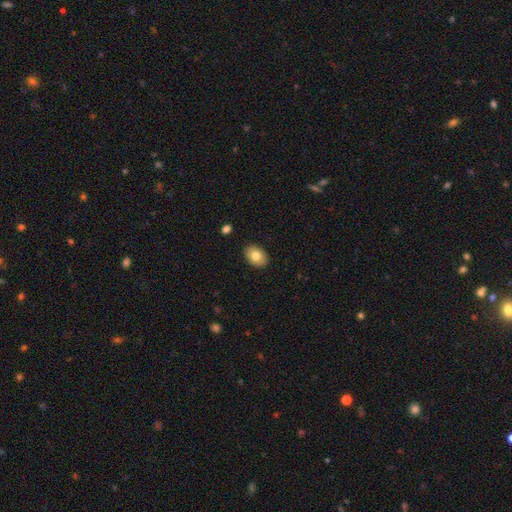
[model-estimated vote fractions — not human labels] Smooth or featured? smooth (78%)
How rounded? in between (79%)
Merging? none (89%)